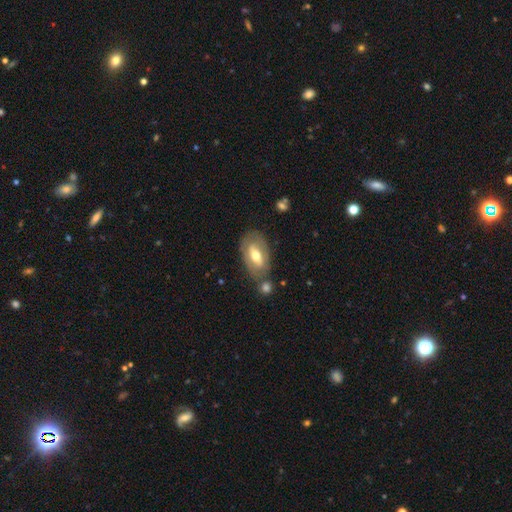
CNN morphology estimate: type=featured or disk (48%); merging=none (67%).